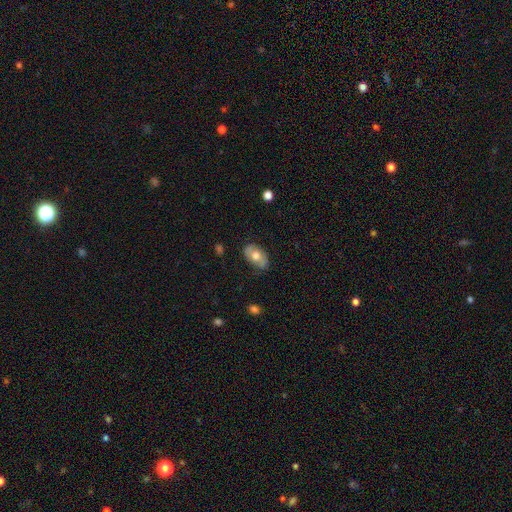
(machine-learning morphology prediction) smooth 59%, featured or disk 34%, star or artifact 7%. Down the decision tree: how rounded — in between (90%); merging — none (74%).